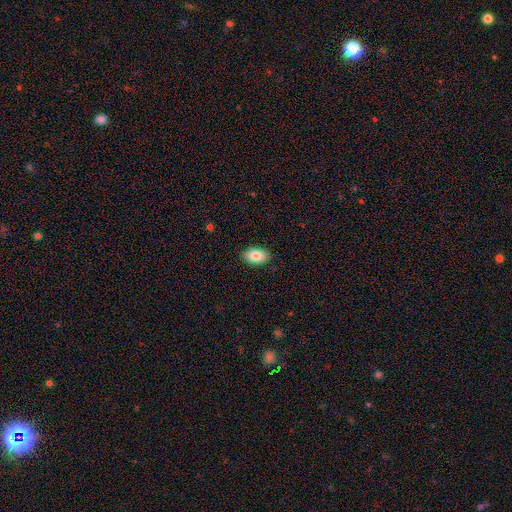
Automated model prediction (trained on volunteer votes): Smooth or featured?
  - smooth: 85% *
  - featured or disk: 8%
  - star or artifact: 7%
How rounded?
  - in between: 93% *
  - round: 6%
  - cigar-shaped: 1%
Merging?
  - none: 88% *
  - minor disturbance: 10%
  - major disturbance: 2%
  - merger: 1%